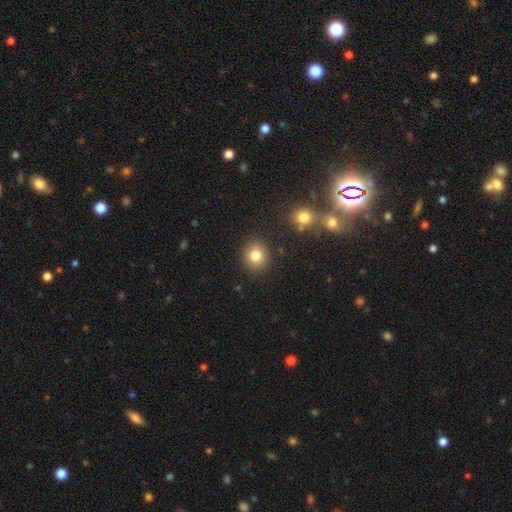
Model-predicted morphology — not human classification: This appears to be a smooth galaxy with no disk features (81%) that is round (84%). Merging: none (86%).